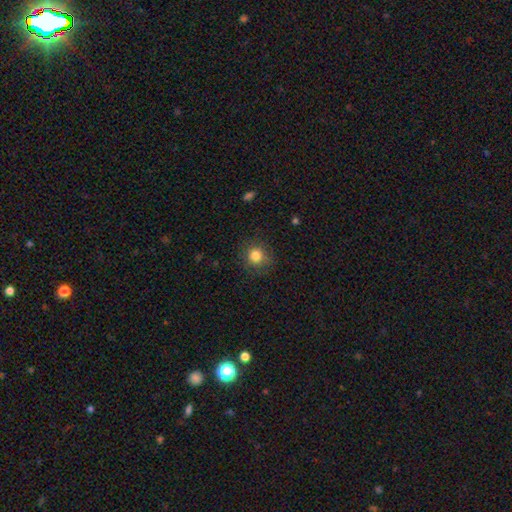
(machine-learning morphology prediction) A smooth galaxy with no disk features (83%) that is round (90%).

Vote fractions:
- Smooth or featured? smooth: 83% / star or artifact: 11% / featured or disk: 6%
- How rounded? round: 90% / in between: 10% / cigar-shaped: 1%
- Merging? none: 84% / minor disturbance: 11% / major disturbance: 4% / merger: 1%